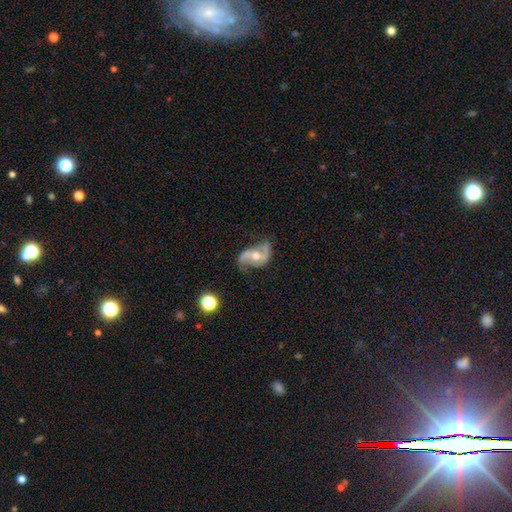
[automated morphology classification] Smooth or featured?
  - featured or disk: 83% *
  - smooth: 11%
  - star or artifact: 6%
Edge-on disk?
  - no: 96% *
  - yes: 4%
Bar?
  - no: 46% *
  - weak: 36%
  - strong: 18%
Spiral arms?
  - yes: 93% *
  - no: 7%
Spiral winding?
  - loose: 62% *
  - medium: 29%
  - tight: 8%
Spiral arm count?
  - 2: 91% *
  - can't tell: 3%
  - 1: 2%
  - 3: 1%
  - 4: 1%
  - more than 4: 1%
Bulge size?
  - moderate: 72% *
  - small: 21%
  - large: 5%
  - none: 1%
  - dominant: 1%
Merging?
  - none: 66% *
  - minor disturbance: 22%
  - major disturbance: 10%
  - merger: 2%